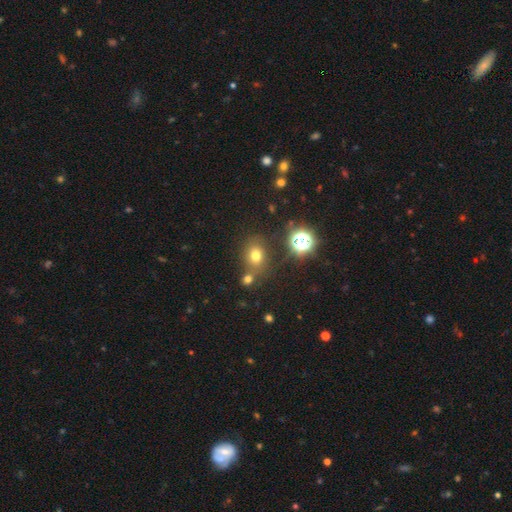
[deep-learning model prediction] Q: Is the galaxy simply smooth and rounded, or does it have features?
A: smooth — 68%.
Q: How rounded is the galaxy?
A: round — 58%.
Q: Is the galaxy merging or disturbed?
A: none — 70%.